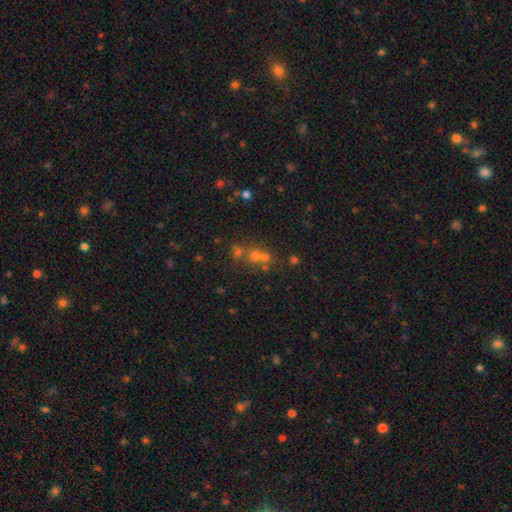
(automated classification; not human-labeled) Smooth or featured? smooth (48%)
Merging? none (47%)